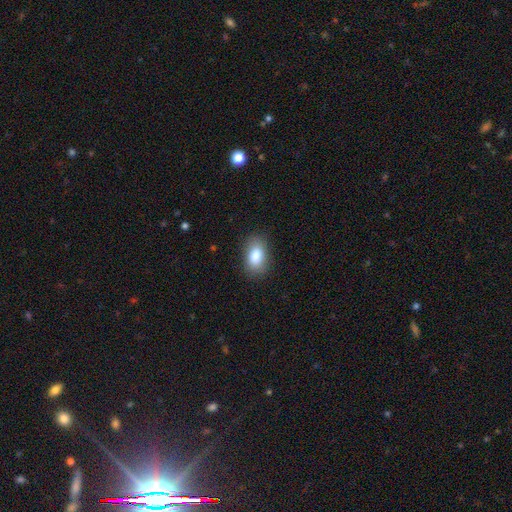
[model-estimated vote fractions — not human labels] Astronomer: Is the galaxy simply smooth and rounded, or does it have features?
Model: smooth — 84%.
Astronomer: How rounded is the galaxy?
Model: in between — 91%.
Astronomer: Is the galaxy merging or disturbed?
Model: none — 84%.